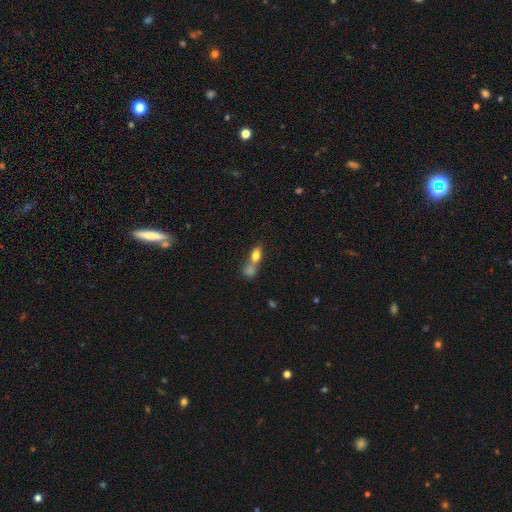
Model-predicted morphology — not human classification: Overall: smooth (75%). How rounded: in between (69%). Merging: merger (61%; none 25%).